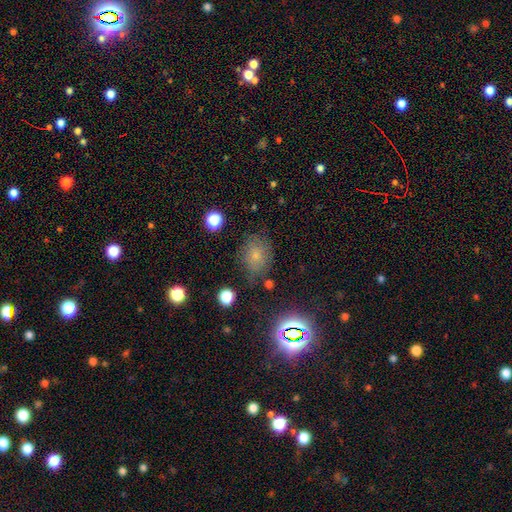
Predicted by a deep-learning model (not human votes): Smooth or featured? Predicted: smooth (p=0.63). How rounded? Predicted: round (p=0.51). Merging? Predicted: none (p=0.70).